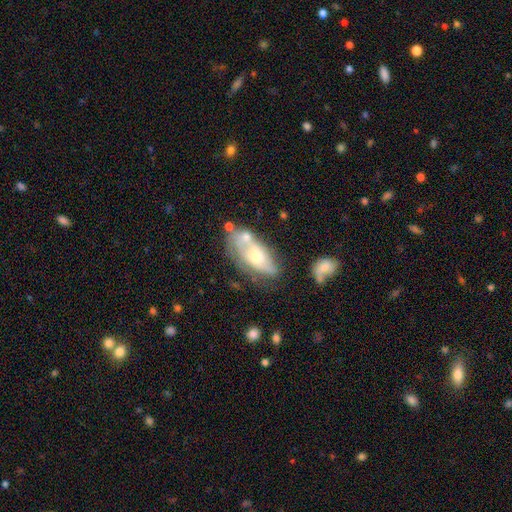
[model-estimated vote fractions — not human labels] Overall: featured or disk (55%; smooth 38%). Edge-on disk: no (88%). Merging: none (35%; merger 25%).